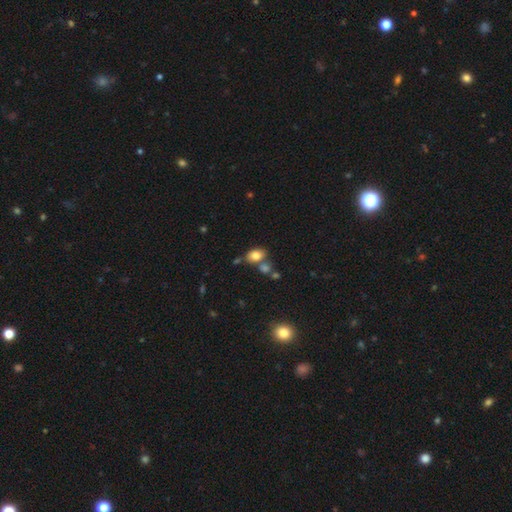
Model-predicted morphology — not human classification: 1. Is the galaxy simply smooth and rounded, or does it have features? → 80% smooth, 10% star or artifact, 9% featured or disk.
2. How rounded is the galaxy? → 72% in between, 27% round, 1% cigar-shaped.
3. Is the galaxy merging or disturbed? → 57% none, 23% merger, 15% minor disturbance, 5% major disturbance.